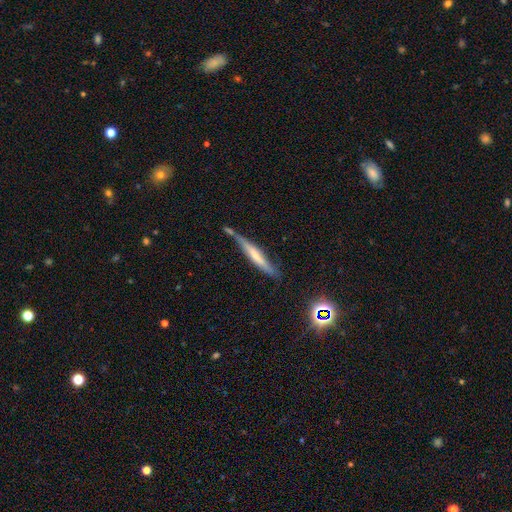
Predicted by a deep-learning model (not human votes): The model was most divided on "smooth or featured": featured or disk: 53%, smooth: 40%, star or artifact: 8%. More confident: edge-on disk — yes (91%); merging — none (58%).